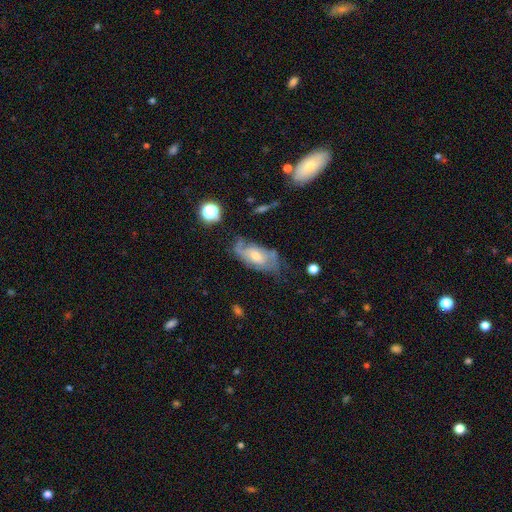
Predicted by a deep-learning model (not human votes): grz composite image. It shows a featured or disk galaxy (61%) with no bar (59%), spiral arms (75%) and a moderate central bulge (54%). Merging: none (50%).